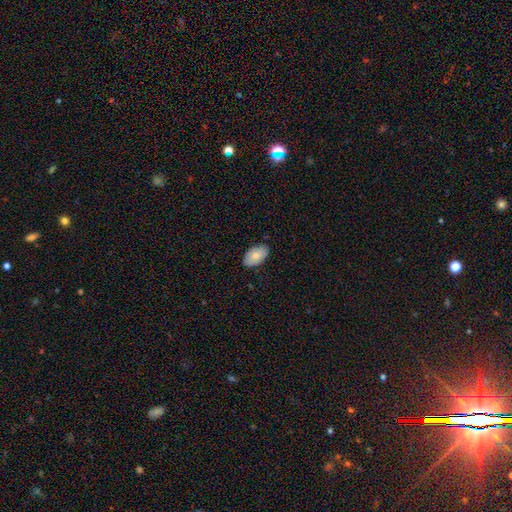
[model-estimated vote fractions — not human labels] This appears to be a smooth galaxy with no disk features (76%) that is in between round and cigar-shaped (94%). Merging: none (86%).